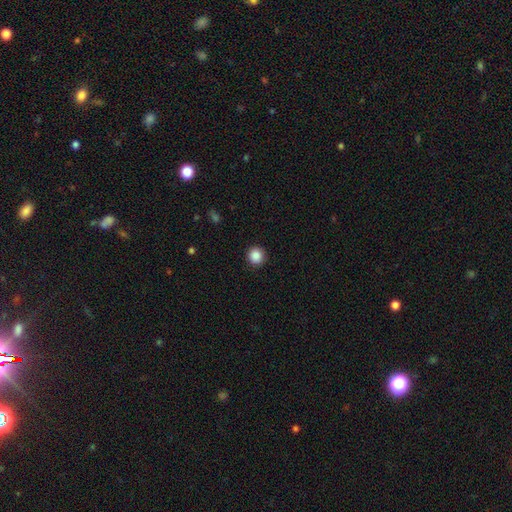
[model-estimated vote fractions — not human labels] Smooth or featured: smooth — 88% (star or artifact — 9%)
How rounded: round — 93% (in between — 6%)
Merging: none — 92% (minor disturbance — 5%)